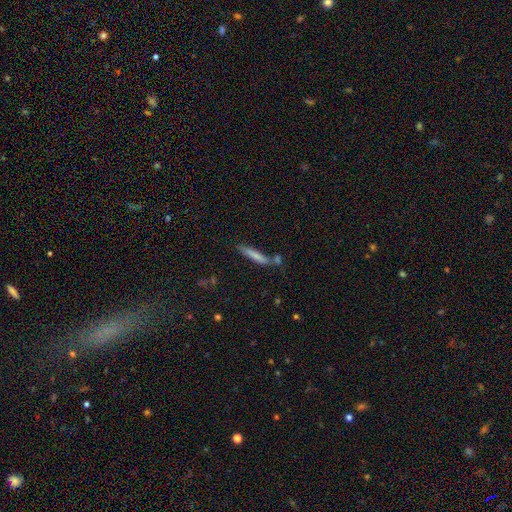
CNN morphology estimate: Overall: smooth (69%). How rounded: cigar-shaped (91%). Merging: none (68%).